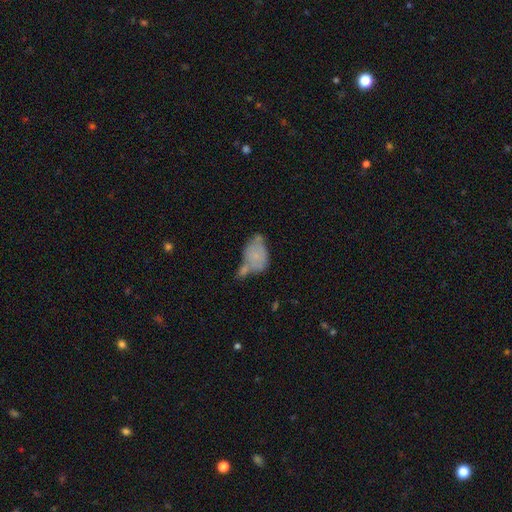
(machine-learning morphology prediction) The model was most divided on "merging": merger: 35%, none: 30%, minor disturbance: 23%, major disturbance: 12%. More confident: how rounded — in between (85%); smooth or featured — smooth (61%).